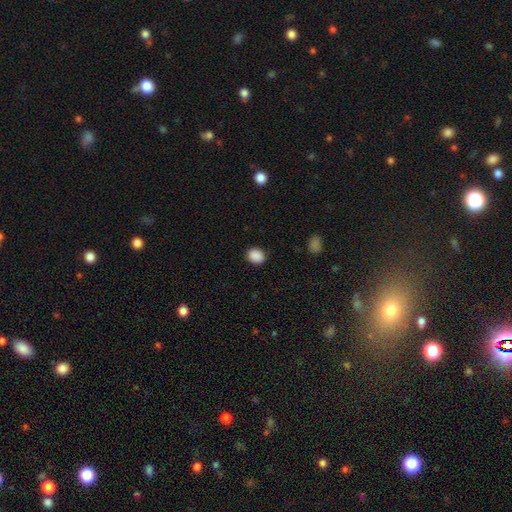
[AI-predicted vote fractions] smooth-or-featured: smooth: 89% | star or artifact: 8% | featured or disk: 2%
  how-rounded: round: 50% | in between: 49% | cigar-shaped: 1%
  merging: none: 89% | minor disturbance: 8% | major disturbance: 2% | merger: 1%